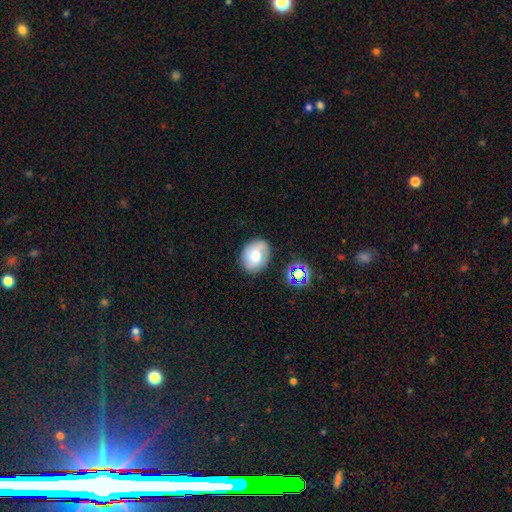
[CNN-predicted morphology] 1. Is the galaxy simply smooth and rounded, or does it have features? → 68% smooth, 21% featured or disk, 11% star or artifact.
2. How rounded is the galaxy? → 57% in between, 42% round, 1% cigar-shaped.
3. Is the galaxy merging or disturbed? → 79% none, 15% minor disturbance, 3% major disturbance, 3% merger.